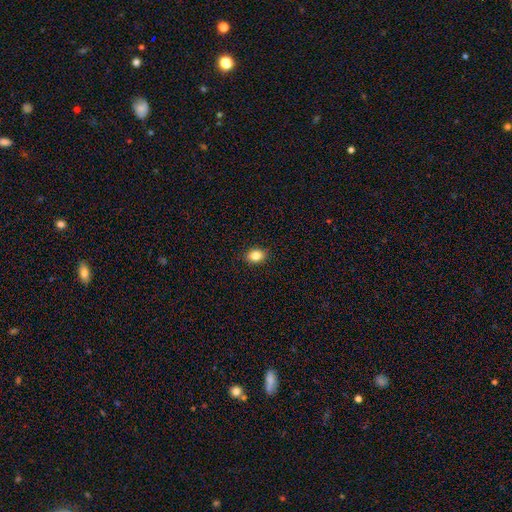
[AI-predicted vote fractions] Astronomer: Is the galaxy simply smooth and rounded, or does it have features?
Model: smooth — 84%.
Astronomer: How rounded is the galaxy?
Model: in between — 70%.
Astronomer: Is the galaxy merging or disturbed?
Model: none — 90%.